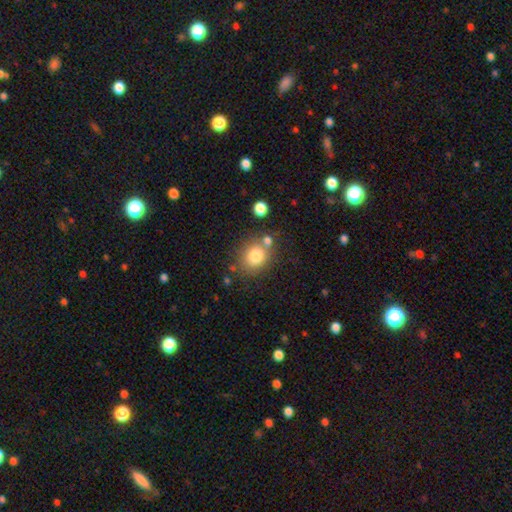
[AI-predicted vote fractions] The model was most divided on "how rounded": round: 66%, in between: 33%, cigar-shaped: 1%. More confident: smooth or featured — smooth (80%); merging — none (66%).